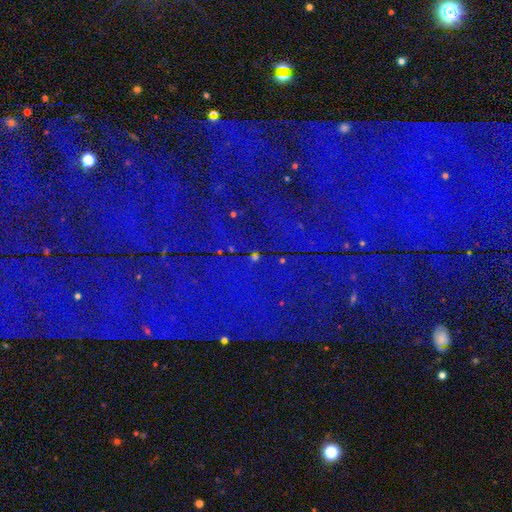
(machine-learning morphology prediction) type=star or artifact (83%).